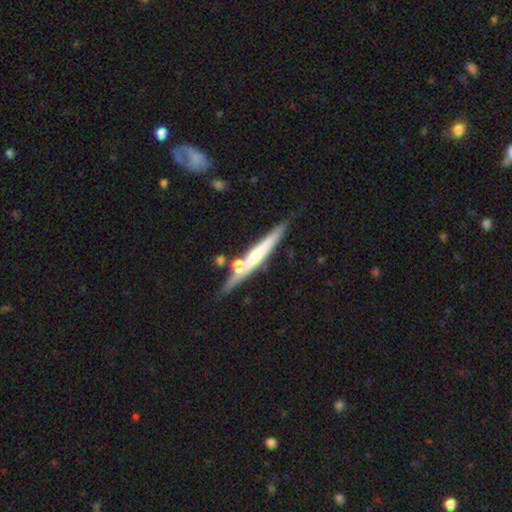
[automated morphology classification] type=featured or disk (52%); edge-on=yes (94%); merging=none (69%).